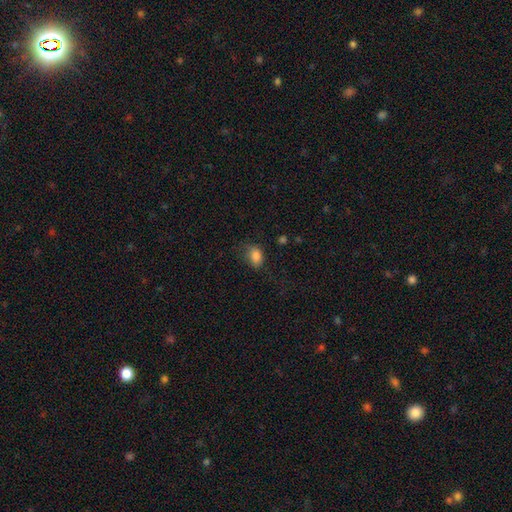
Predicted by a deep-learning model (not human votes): A smooth galaxy with no disk features (84%) that is in between round and cigar-shaped (74%).

Vote fractions:
- Smooth or featured? smooth: 84% / star or artifact: 10% / featured or disk: 6%
- How rounded? in between: 74% / round: 25% / cigar-shaped: 1%
- Merging? none: 61% / minor disturbance: 27% / major disturbance: 10% / merger: 2%